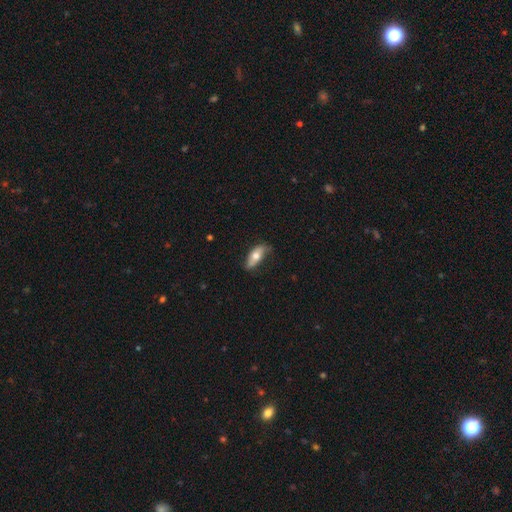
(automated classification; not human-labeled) Smooth or featured? smooth (61%)
How rounded? in between (72%)
Merging? none (66%)